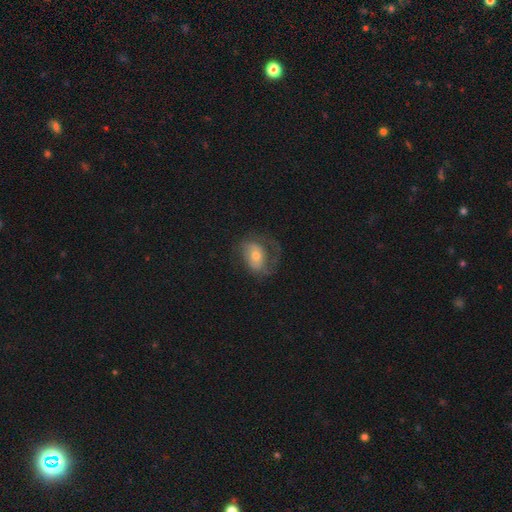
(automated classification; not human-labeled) This appears to be a featured or disk galaxy (52%). Merging: none (45%).